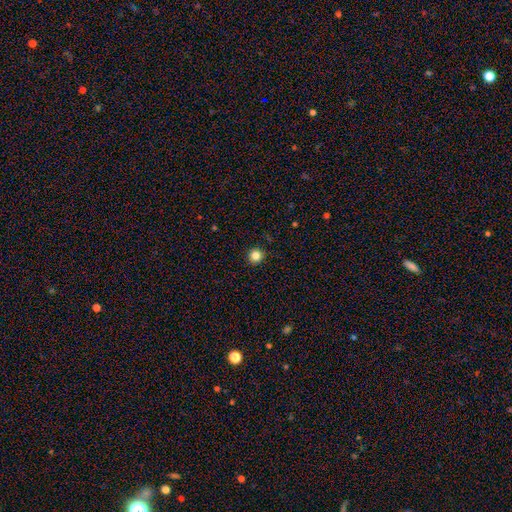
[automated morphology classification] Smooth or featured?
  - smooth: 84% *
  - star or artifact: 12%
  - featured or disk: 4%
How rounded?
  - round: 95% *
  - in between: 4%
  - cigar-shaped: 1%
Merging?
  - none: 92% *
  - minor disturbance: 5%
  - major disturbance: 2%
  - merger: 1%